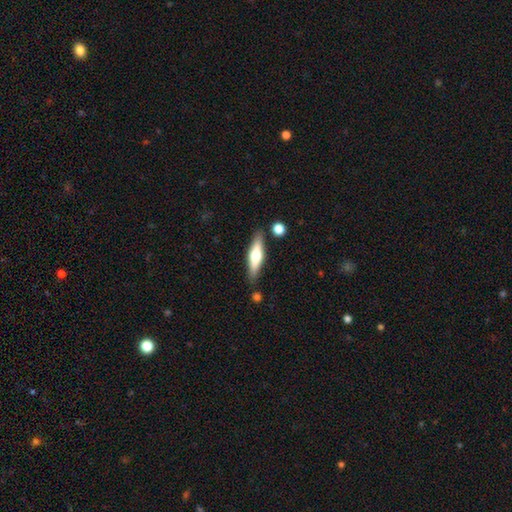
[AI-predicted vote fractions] smooth-or-featured: featured or disk: 50% | smooth: 45% | star or artifact: 6%
  merging: none: 83% | minor disturbance: 10% | merger: 4% | major disturbance: 2%